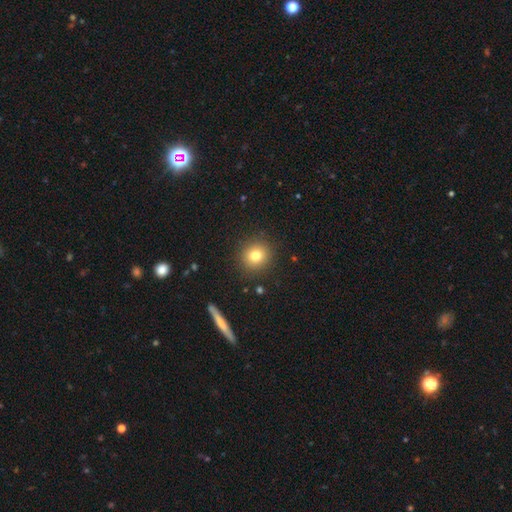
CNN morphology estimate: smooth 78%, star or artifact 13%, featured or disk 9%. Down the decision tree: how rounded — round (89%); merging — none (90%).